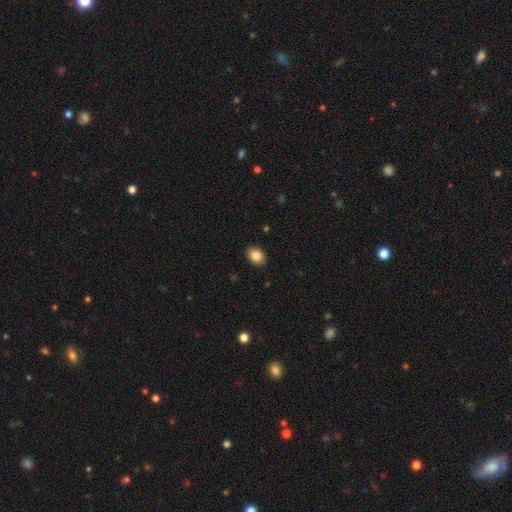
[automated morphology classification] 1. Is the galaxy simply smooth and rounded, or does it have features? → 84% smooth, 9% star or artifact, 8% featured or disk.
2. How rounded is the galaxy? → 68% in between, 31% round, 1% cigar-shaped.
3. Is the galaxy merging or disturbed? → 90% none, 7% minor disturbance, 2% major disturbance, 1% merger.